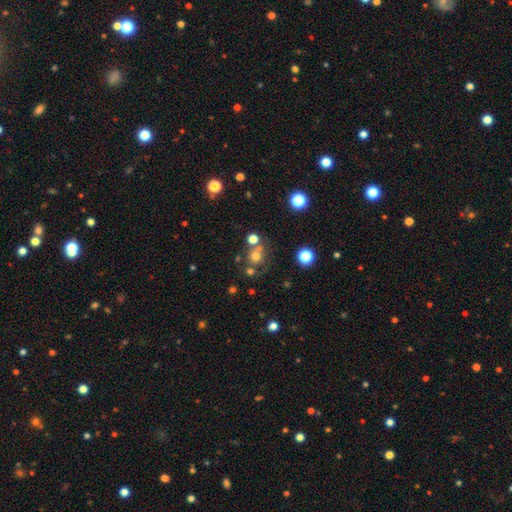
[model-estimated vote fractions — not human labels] Morphology: type=smooth (68%); roundness=round (88%); merging=none (62%).